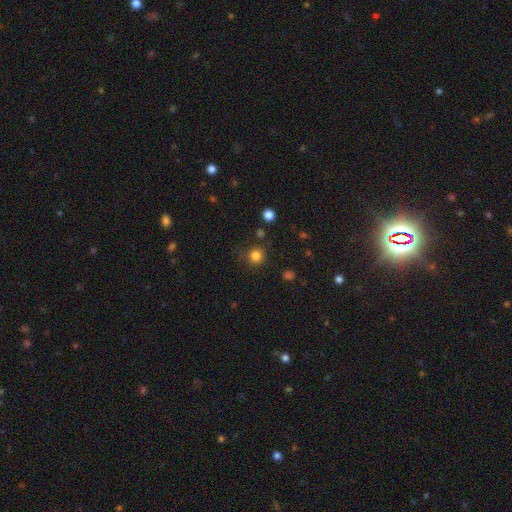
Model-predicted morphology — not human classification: smooth-or-featured: smooth: 82% | star or artifact: 14% | featured or disk: 4%
  how-rounded: round: 92% | in between: 7% | cigar-shaped: 1%
  merging: none: 81% | minor disturbance: 12% | major disturbance: 4% | merger: 3%